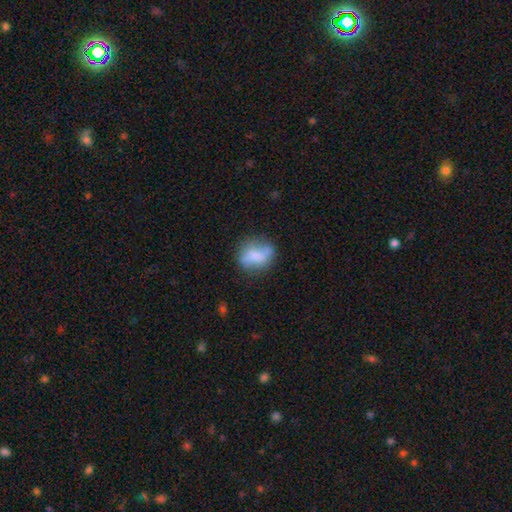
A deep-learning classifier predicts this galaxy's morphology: smooth-or-featured: smooth: 63% | featured or disk: 28% | star or artifact: 9%
  how-rounded: in between: 56% | round: 40% | cigar-shaped: 4%
  merging: none: 53% | minor disturbance: 27% | major disturbance: 12% | merger: 8%